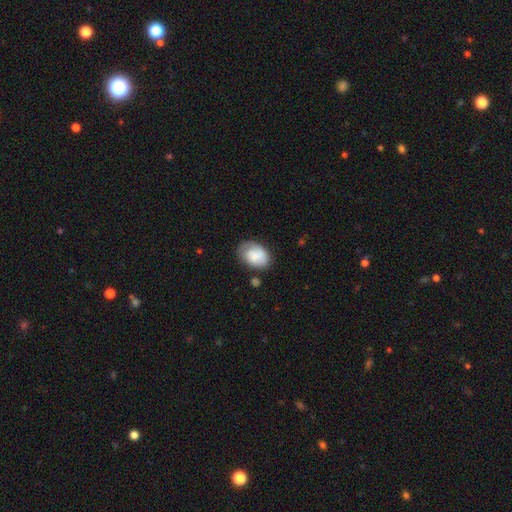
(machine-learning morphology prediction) type=smooth (74%); roundness=in between (80%); merging=none (61%).